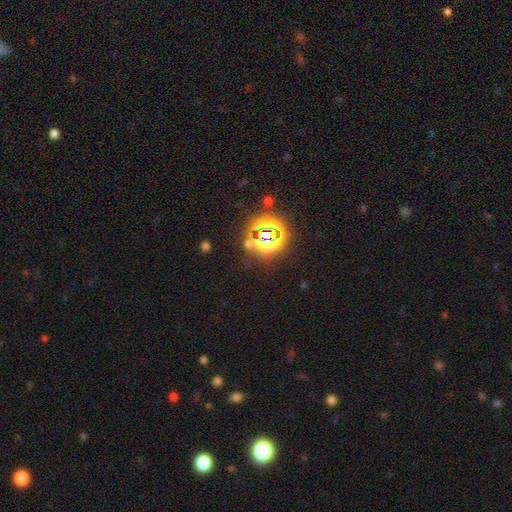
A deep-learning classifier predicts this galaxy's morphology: The model was most divided on "smooth or featured": star or artifact: 82%, smooth: 12%, featured or disk: 6%.